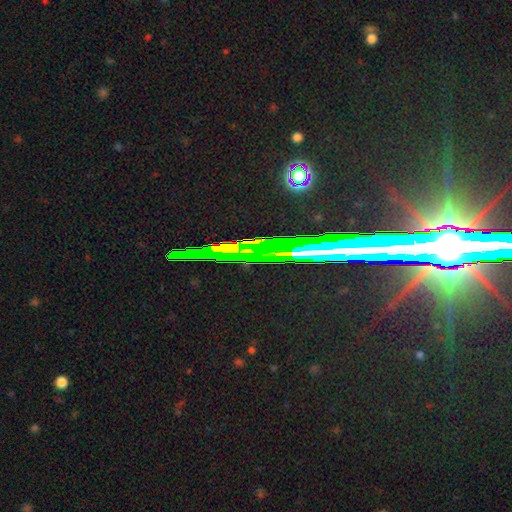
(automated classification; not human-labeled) Q: Smooth or featured?
A: star or artifact (77%); runner-up: featured or disk (15%)